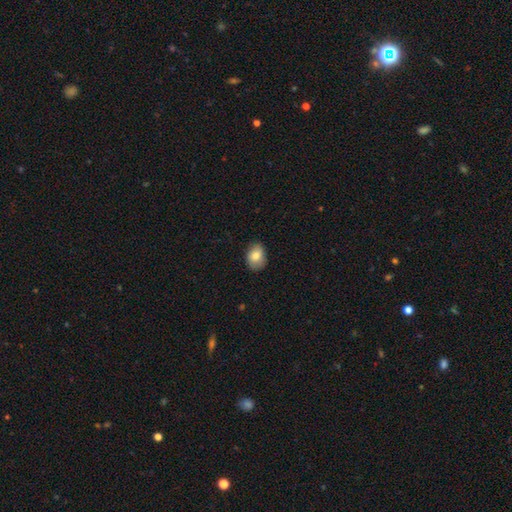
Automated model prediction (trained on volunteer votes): Smooth or featured: smooth — 81% (featured or disk — 11%)
How rounded: in between — 70% (round — 29%)
Merging: none — 82% (minor disturbance — 14%)